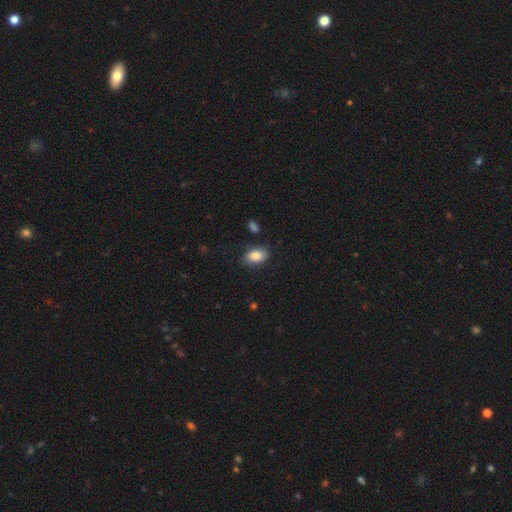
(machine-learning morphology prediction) smooth-or-featured: smooth: 86% | star or artifact: 7% | featured or disk: 7%
  how-rounded: in between: 89% | round: 9% | cigar-shaped: 2%
  merging: none: 79% | minor disturbance: 15% | major disturbance: 3% | merger: 2%